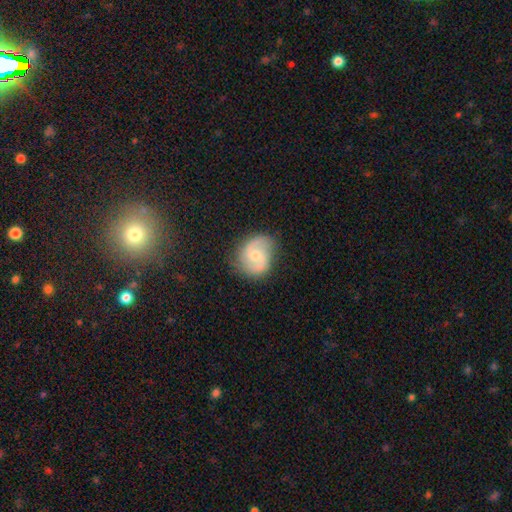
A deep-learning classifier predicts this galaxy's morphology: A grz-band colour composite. It shows a featured or disk galaxy (76%) with no bar (59%), 2 (88%) medium (51%) spiral arms (94%) and a moderate central bulge (53%). Merging: none (78%).